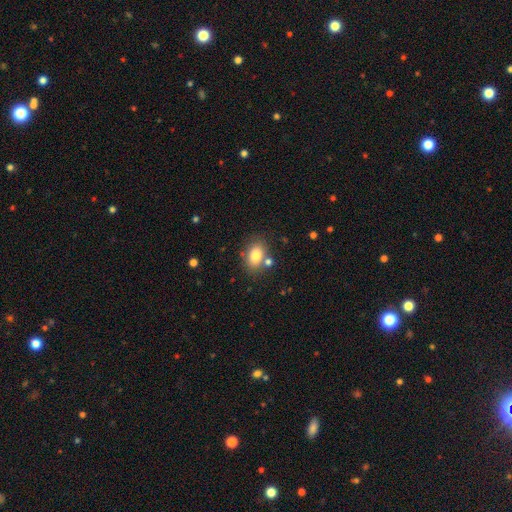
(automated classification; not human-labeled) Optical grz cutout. It shows a smooth galaxy with no disk features (81%) that is in between round and cigar-shaped (80%). Merging: none (72%).